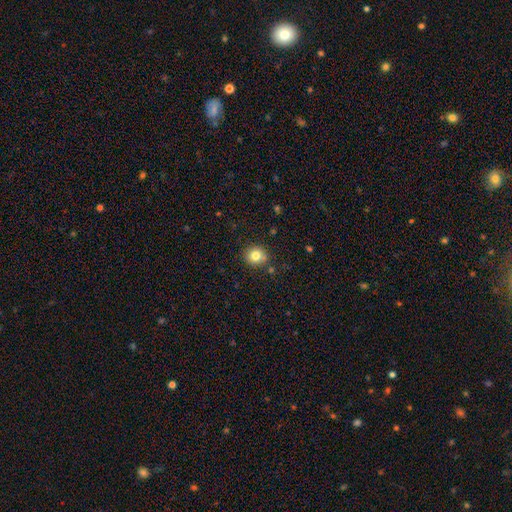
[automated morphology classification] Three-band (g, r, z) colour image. It shows a smooth galaxy with no disk features (80%) that is round (85%). Merging: none (84%).